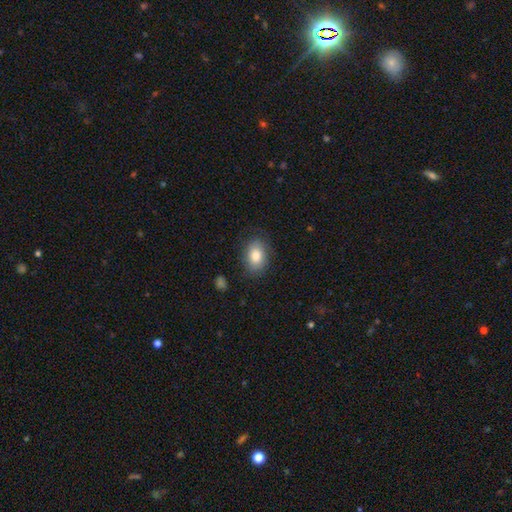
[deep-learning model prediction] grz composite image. It shows a smooth galaxy with no disk features (82%) that is in between round and cigar-shaped (82%). Merging: none (80%).